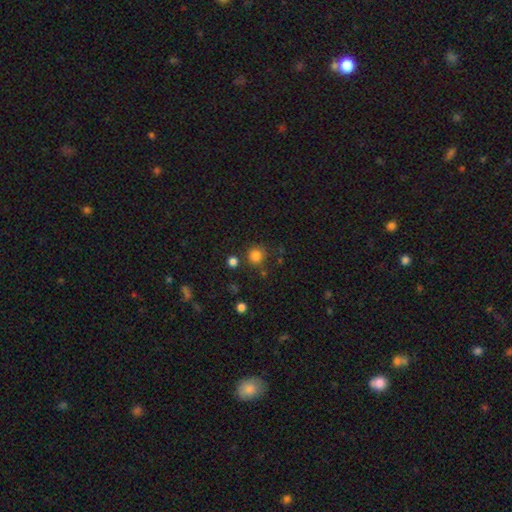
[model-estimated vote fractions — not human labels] A smooth galaxy with no disk features (82%) that is round (92%).

Vote fractions:
- Smooth or featured? smooth: 82% / star or artifact: 13% / featured or disk: 5%
- How rounded? round: 92% / in between: 7% / cigar-shaped: 1%
- Merging? none: 78% / minor disturbance: 10% / merger: 7% / major disturbance: 4%